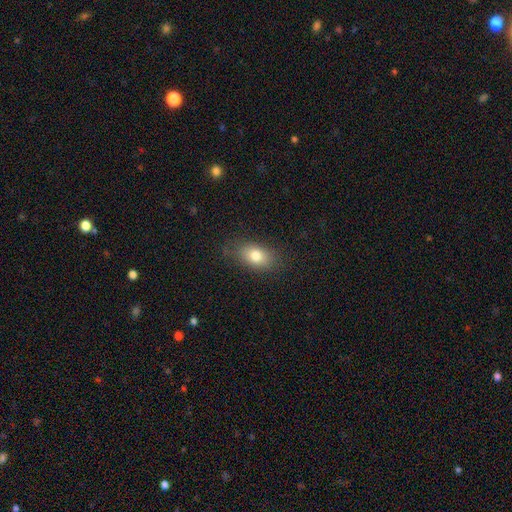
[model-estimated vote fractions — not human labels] smooth_or_featured: smooth (p=0.79) [alt: featured or disk p=0.11]
how_rounded: in between (p=0.84) [alt: round p=0.13]
merging: none (p=0.80) [alt: minor disturbance p=0.14]